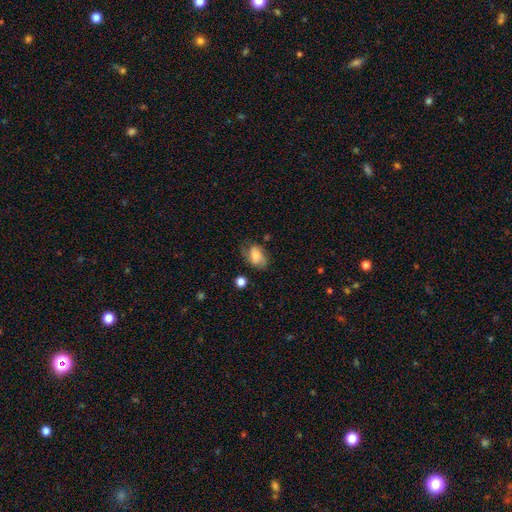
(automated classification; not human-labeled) Morphology: type=smooth (59%); roundness=in between (85%); merging=none (56%).